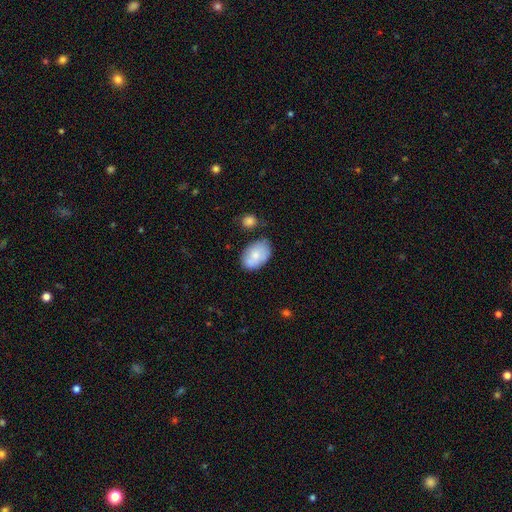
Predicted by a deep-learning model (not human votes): Q: Smooth or featured?
A: smooth (77%); runner-up: featured or disk (17%)
Q: How rounded?
A: in between (89%); runner-up: round (9%)
Q: Merging?
A: none (61%); runner-up: minor disturbance (25%)